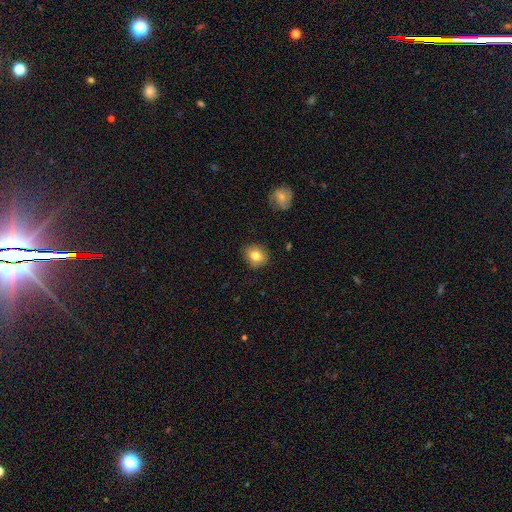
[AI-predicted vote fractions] A smooth galaxy with no disk features (81%) that is round (65%).

Vote fractions:
- Smooth or featured? smooth: 81% / featured or disk: 10% / star or artifact: 9%
- How rounded? round: 65% / in between: 34% / cigar-shaped: 1%
- Merging? none: 85% / minor disturbance: 12% / major disturbance: 2% / merger: 1%